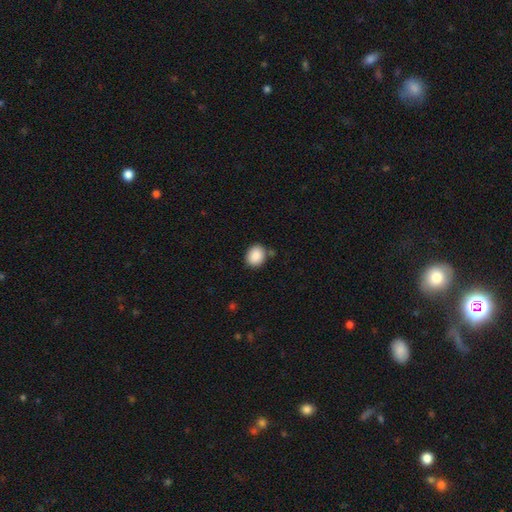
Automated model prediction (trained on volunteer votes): Overall: smooth (89%). How rounded: round (59%; in between 40%). Merging: none (81%).